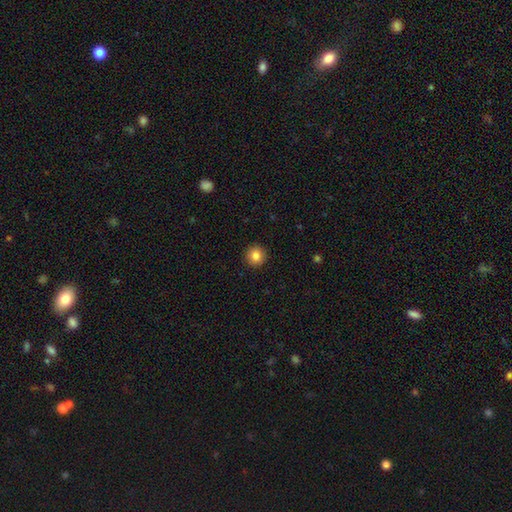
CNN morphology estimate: smooth_or_featured: smooth (p=0.85) [alt: star or artifact p=0.10]
how_rounded: round (p=0.94) [alt: in between p=0.05]
merging: none (p=0.93) [alt: minor disturbance p=0.05]